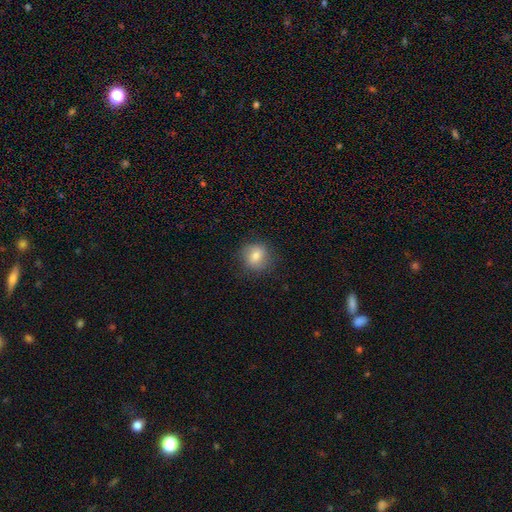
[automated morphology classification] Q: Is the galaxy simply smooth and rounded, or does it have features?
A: smooth — 77%.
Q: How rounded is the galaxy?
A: round — 81%.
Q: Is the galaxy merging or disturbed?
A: none — 82%.